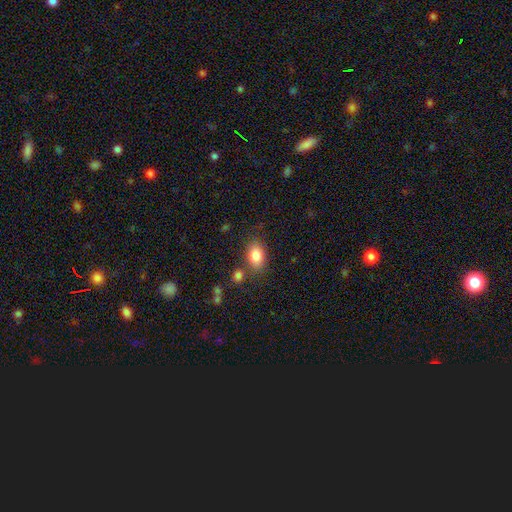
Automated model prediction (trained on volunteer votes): Smooth or featured? smooth (84%)
How rounded? in between (85%)
Merging? none (76%)